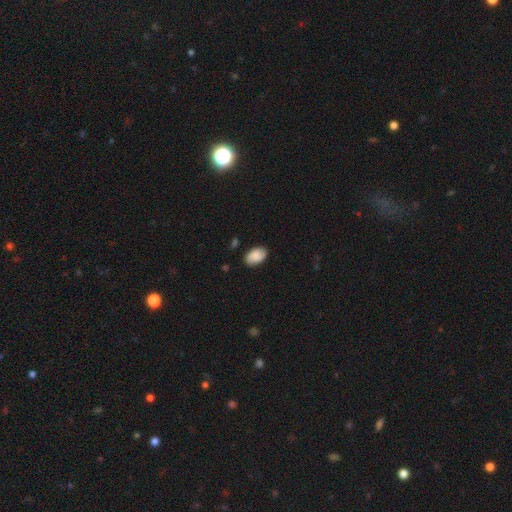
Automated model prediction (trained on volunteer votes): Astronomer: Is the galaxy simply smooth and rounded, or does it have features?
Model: smooth — 73%.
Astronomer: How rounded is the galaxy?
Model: in between — 90%.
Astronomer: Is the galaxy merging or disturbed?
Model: none — 79%.